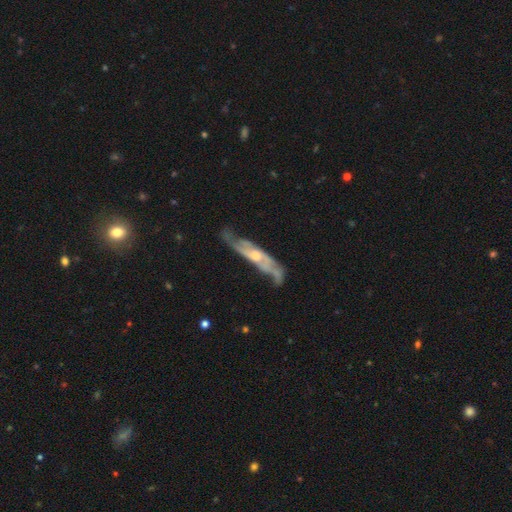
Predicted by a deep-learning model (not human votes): A featured or disk galaxy (78%).

Vote fractions:
- Smooth or featured? featured or disk: 78% / smooth: 15% / star or artifact: 6%
- Edge-on disk? no: 59% / yes: 41%
- Merging? none: 59% / minor disturbance: 26% / major disturbance: 12% / merger: 3%